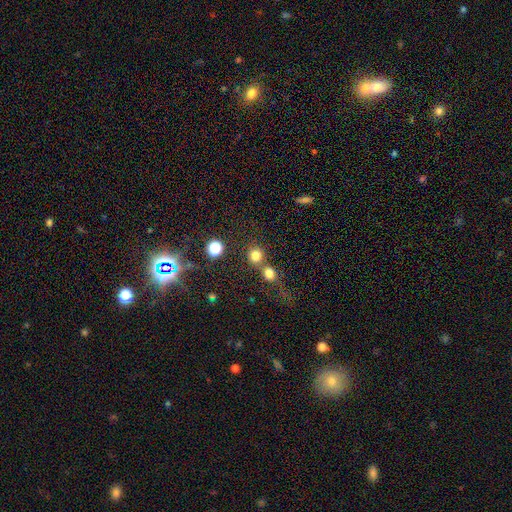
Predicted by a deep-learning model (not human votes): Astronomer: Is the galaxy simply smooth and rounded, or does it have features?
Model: smooth — 78%.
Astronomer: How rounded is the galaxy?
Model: round — 86%.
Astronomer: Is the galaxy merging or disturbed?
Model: none — 53% (runner-up: merger, 35%).